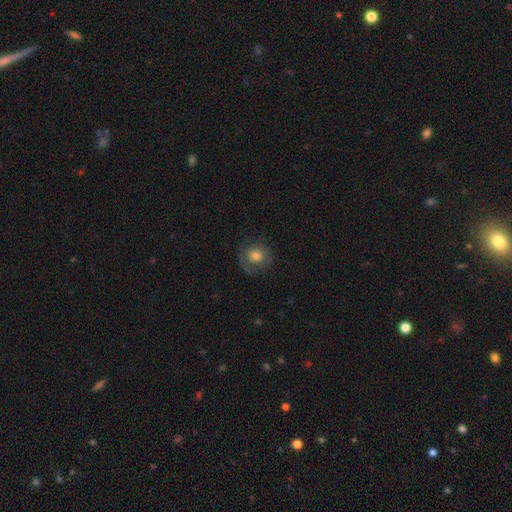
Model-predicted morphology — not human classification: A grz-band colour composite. It shows a smooth galaxy with no disk features (64%) that is round (84%). Merging: none (72%).